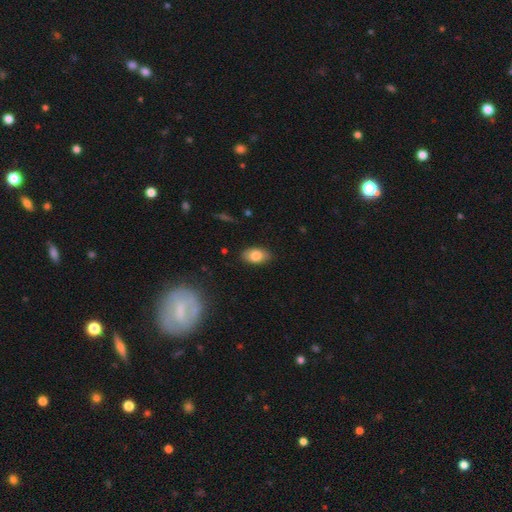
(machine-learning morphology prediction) This appears to be a smooth galaxy with no disk features (83%) that is in between round and cigar-shaped (90%). Merging: none (85%).